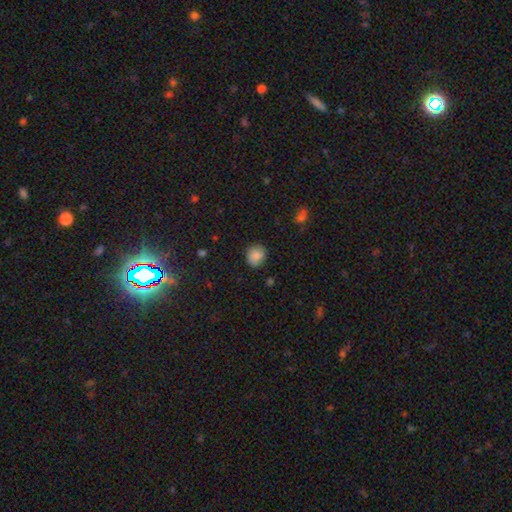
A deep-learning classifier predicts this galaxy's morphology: A smooth galaxy with no disk features (86%) that is round (77%). Merging: none (84%).